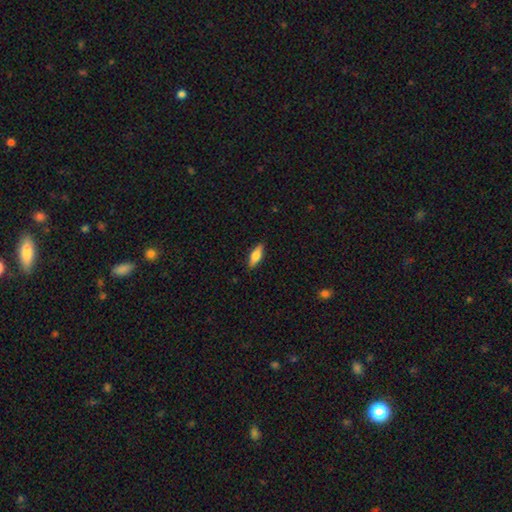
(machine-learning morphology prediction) This appears to be a smooth galaxy with no disk features (72%) that is in between round and cigar-shaped (61%). Merging: none (87%).